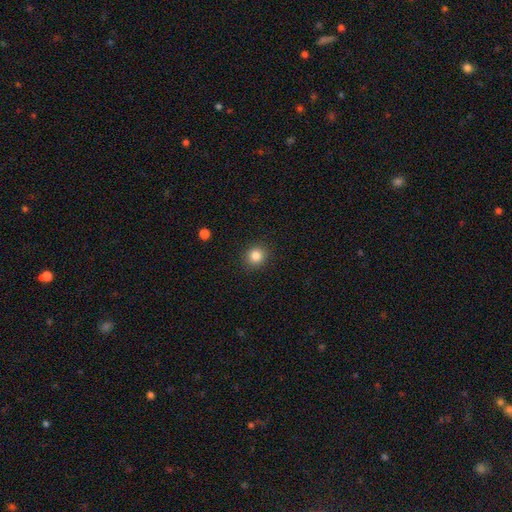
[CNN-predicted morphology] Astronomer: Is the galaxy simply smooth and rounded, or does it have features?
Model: smooth — 84%.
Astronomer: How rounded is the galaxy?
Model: round — 87%.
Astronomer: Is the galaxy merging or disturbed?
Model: none — 90%.